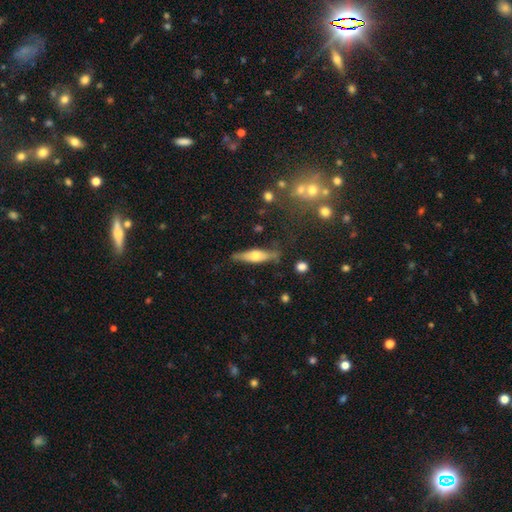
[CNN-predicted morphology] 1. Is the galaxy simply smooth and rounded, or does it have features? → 49% featured or disk, 45% smooth, 6% star or artifact.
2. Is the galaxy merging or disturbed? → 77% none, 16% minor disturbance, 4% major disturbance, 2% merger.